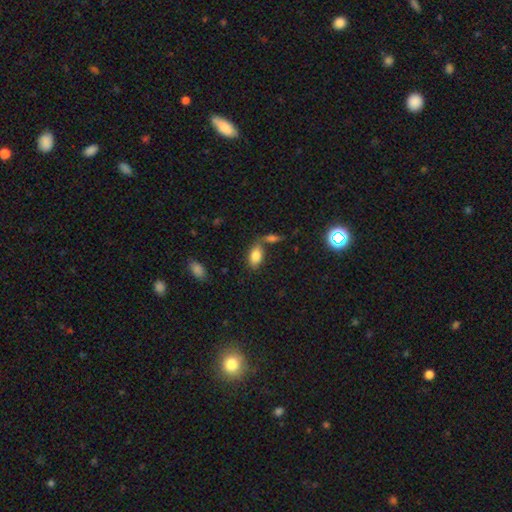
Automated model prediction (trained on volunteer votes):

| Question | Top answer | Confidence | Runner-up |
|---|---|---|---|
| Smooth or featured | smooth | 82% | featured or disk (9%) |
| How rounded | in between | 92% | round (5%) |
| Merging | none | 55% | merger (26%) |